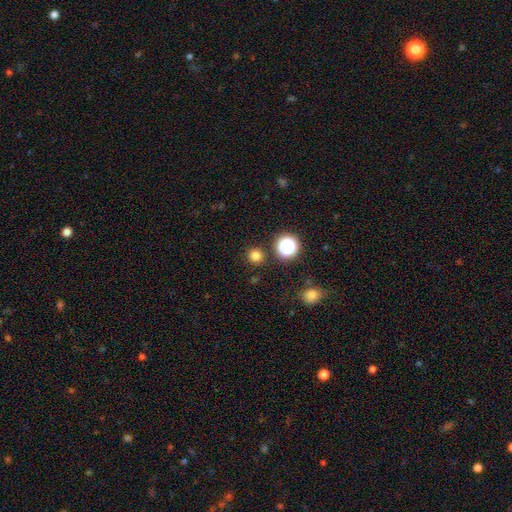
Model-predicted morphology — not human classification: Smooth or featured? smooth (78%)
How rounded? round (93%)
Merging? none (89%)